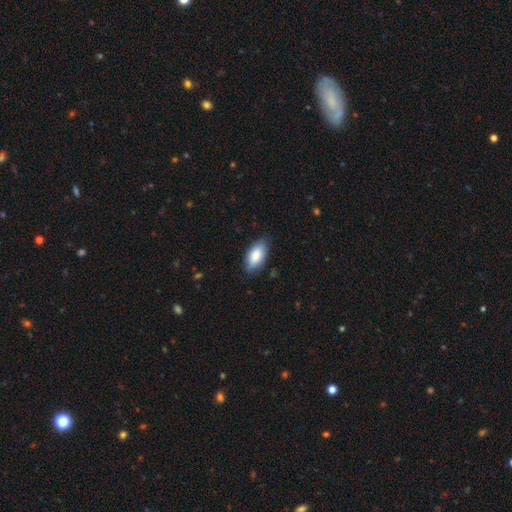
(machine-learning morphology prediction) This is clearly a smooth galaxy (85%). How rounded: clearly in between (92%). Merging: clearly none (81%).